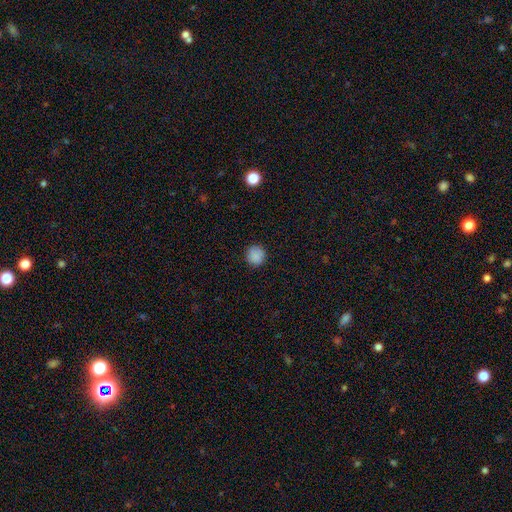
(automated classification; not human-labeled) Smooth or featured?
  - smooth: 88% *
  - star or artifact: 9%
  - featured or disk: 3%
How rounded?
  - round: 92% *
  - in between: 7%
  - cigar-shaped: 1%
Merging?
  - none: 89% *
  - minor disturbance: 8%
  - major disturbance: 2%
  - merger: 1%